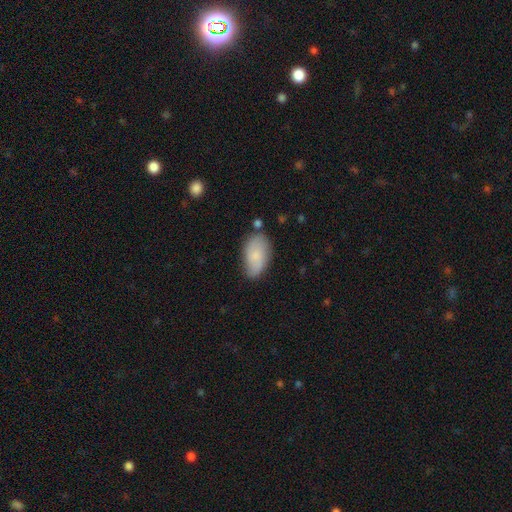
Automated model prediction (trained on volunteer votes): Morphology: type=smooth (73%); roundness=in between (94%); merging=none (68%).